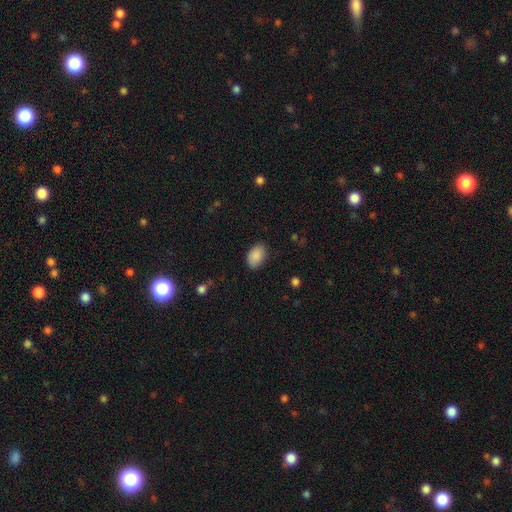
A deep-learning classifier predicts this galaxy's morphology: Smooth or featured: smooth — 89% (star or artifact — 7%)
How rounded: in between — 89% (round — 10%)
Merging: none — 85% (minor disturbance — 12%)